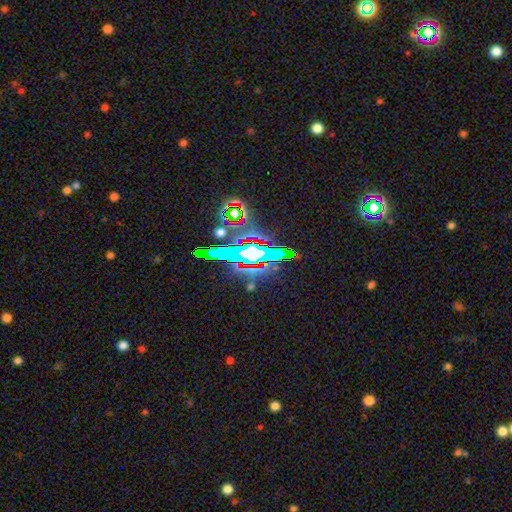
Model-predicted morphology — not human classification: A star or artifact, not a galaxy (75%).